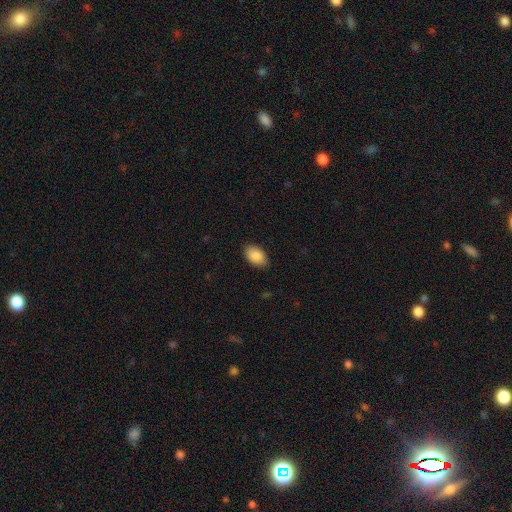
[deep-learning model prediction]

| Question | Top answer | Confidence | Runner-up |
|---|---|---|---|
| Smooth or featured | smooth | 90% | star or artifact (7%) |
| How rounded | in between | 92% | round (7%) |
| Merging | none | 88% | minor disturbance (9%) |